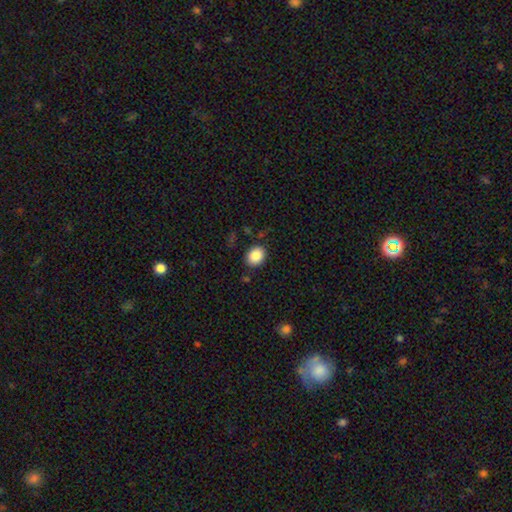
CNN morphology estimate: This appears to be a smooth galaxy with no disk features (87%) that is in between round and cigar-shaped (51%). Merging: none (86%).